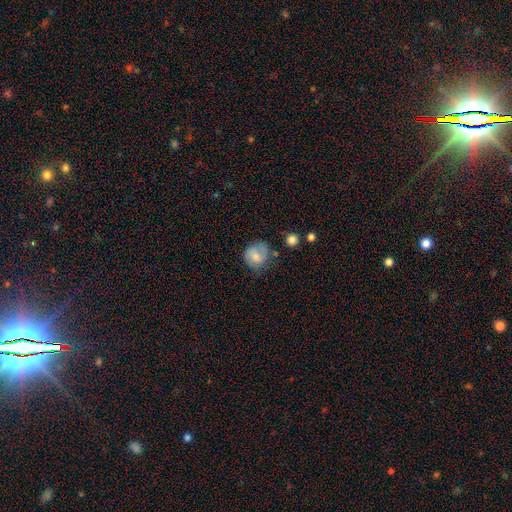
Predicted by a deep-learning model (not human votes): smooth_or_featured: smooth (p=0.65) [alt: featured or disk p=0.26]
how_rounded: round (p=0.80) [alt: in between p=0.19]
merging: none (p=0.61) [alt: minor disturbance p=0.26]